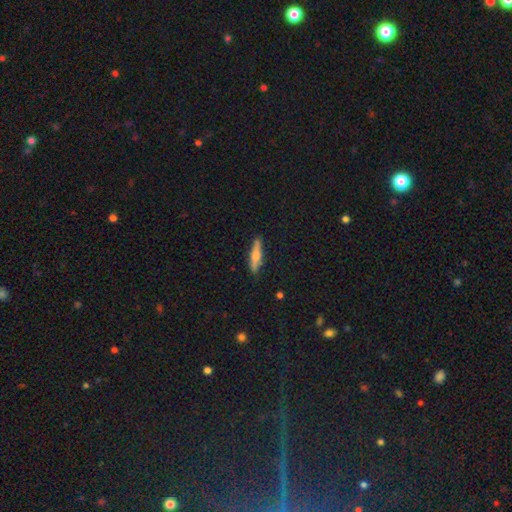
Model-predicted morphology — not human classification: Smooth or featured? smooth (60%)
How rounded? cigar-shaped (82%)
Merging? none (85%)